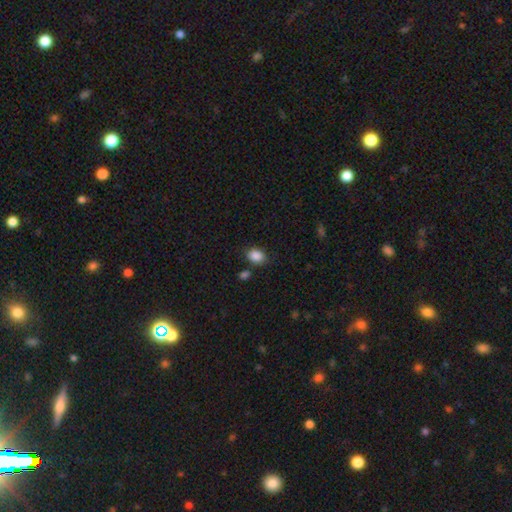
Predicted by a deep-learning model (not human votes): The model was most divided on "how rounded": in between: 68%, round: 31%, cigar-shaped: 1%. More confident: smooth or featured — smooth (88%); merging — none (77%).